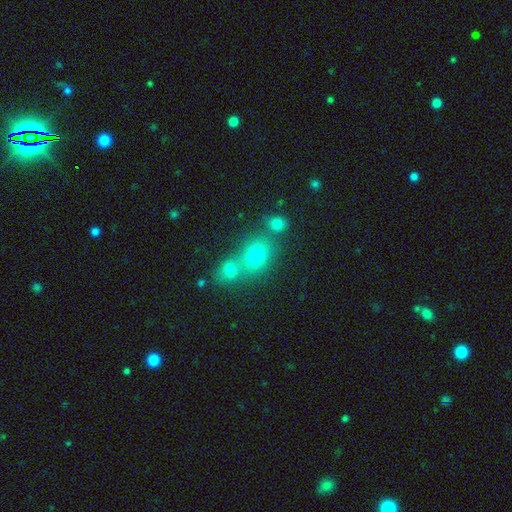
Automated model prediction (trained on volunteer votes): Smooth or featured: smooth — 73% (star or artifact — 16%)
How rounded: round — 57% (in between — 42%)
Merging: none — 46% (merger — 42%)